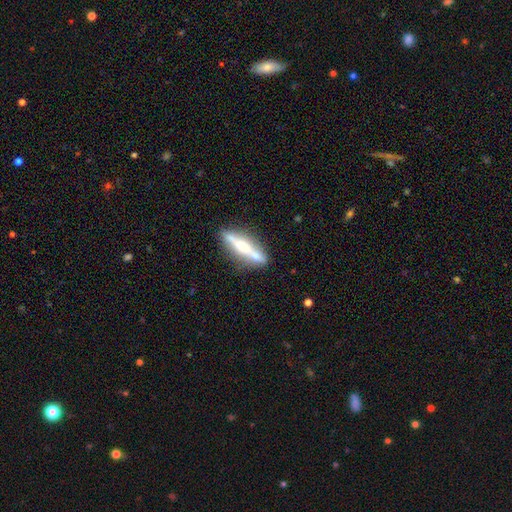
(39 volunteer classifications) Overall: smooth (49%, tied with featured or disk). How rounded: cigar-shaped (79%). Merging: none (74%).